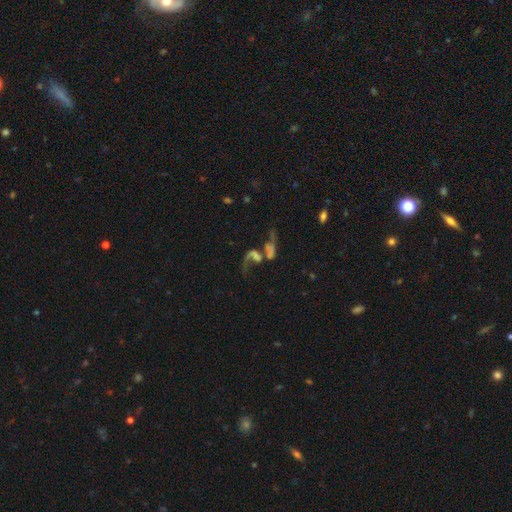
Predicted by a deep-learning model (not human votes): smooth-or-featured: featured or disk: 60% | smooth: 22% | star or artifact: 18%
  disk-edge-on: no: 94% | yes: 6%
    bar: no: 57% | weak: 28% | strong: 15%
    has-spiral-arms: yes: 68% | no: 32%
    bulge-size: none: 55% | small: 21% | moderate: 15% | large: 7% | dominant: 3%
  merging: merger: 49% | major disturbance: 22% | none: 21% | minor disturbance: 8%